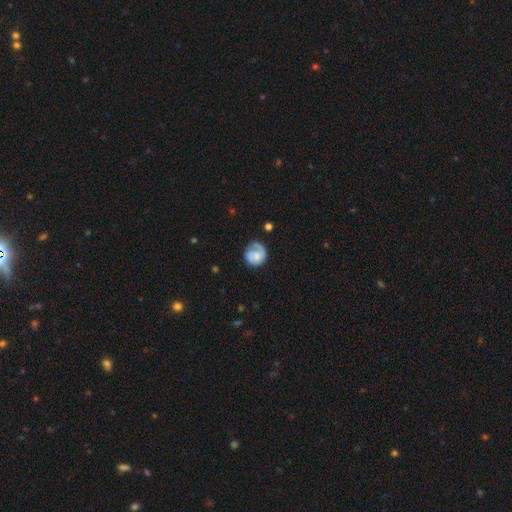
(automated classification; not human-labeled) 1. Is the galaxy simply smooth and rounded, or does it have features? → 51% featured or disk, 42% smooth, 7% star or artifact.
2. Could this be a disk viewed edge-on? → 98% no, 2% yes.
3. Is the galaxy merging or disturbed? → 54% none, 26% minor disturbance, 17% major disturbance, 3% merger.